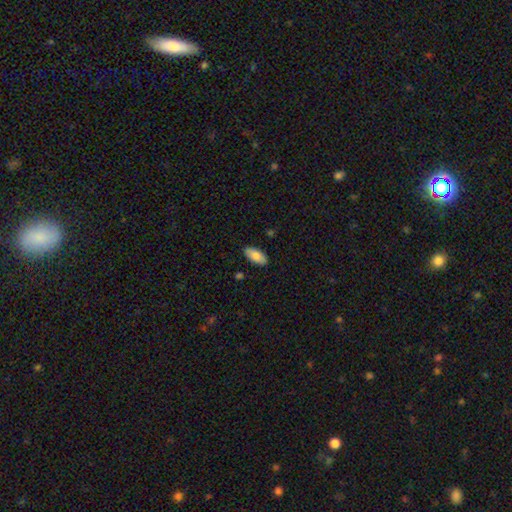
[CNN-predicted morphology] smooth_or_featured: smooth (p=0.81) [alt: featured or disk p=0.13]
how_rounded: in between (p=0.92) [alt: cigar-shaped p=0.06]
merging: none (p=0.88) [alt: minor disturbance p=0.09]